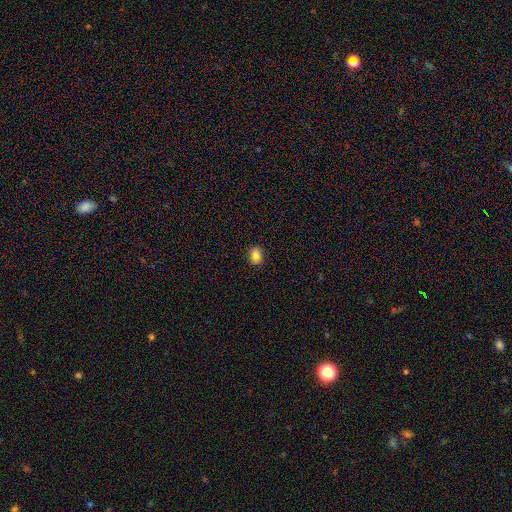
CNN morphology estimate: Q: Smooth or featured?
A: smooth (80%); runner-up: star or artifact (12%)
Q: How rounded?
A: round (53%); runner-up: in between (46%)
Q: Merging?
A: none (82%); runner-up: minor disturbance (13%)